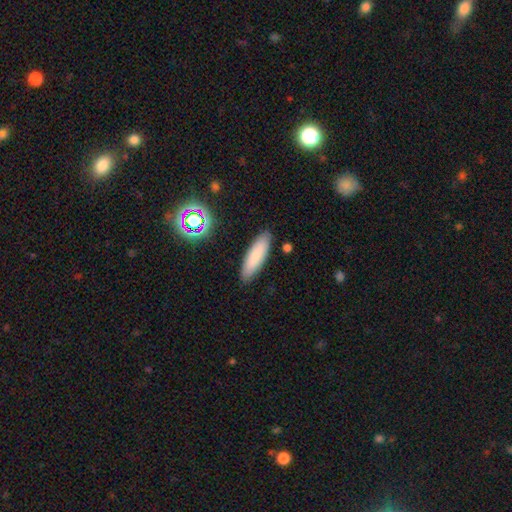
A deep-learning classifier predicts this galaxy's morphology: Smooth or featured: smooth — 81% (featured or disk — 11%)
How rounded: cigar-shaped — 57% (in between — 41%)
Merging: none — 87% (minor disturbance — 9%)